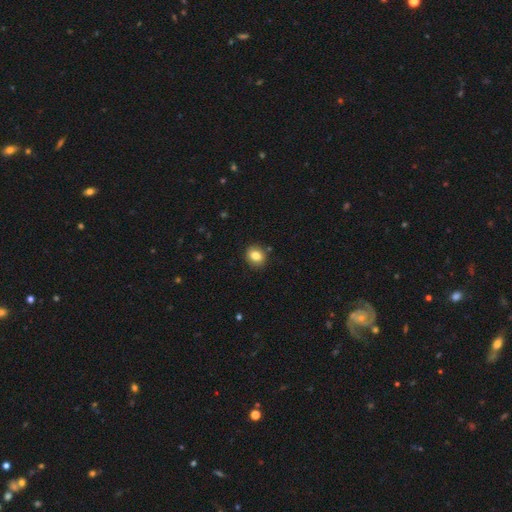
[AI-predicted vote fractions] Smooth or featured?
  - smooth: 83% *
  - star or artifact: 9%
  - featured or disk: 8%
How rounded?
  - round: 61% *
  - in between: 38%
  - cigar-shaped: 1%
Merging?
  - none: 87% *
  - minor disturbance: 9%
  - major disturbance: 2%
  - merger: 2%